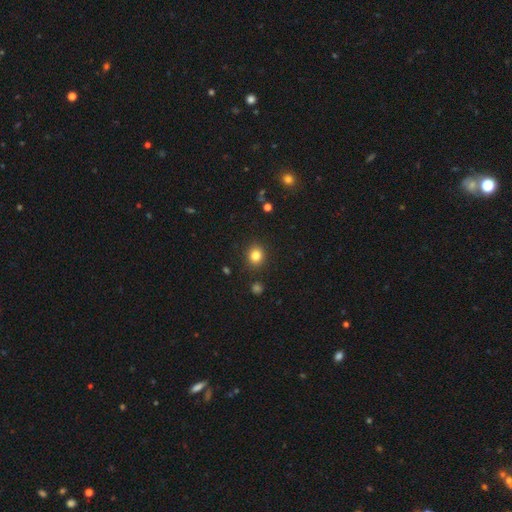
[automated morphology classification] Q: Smooth or featured?
A: smooth (83%); runner-up: star or artifact (12%)
Q: How rounded?
A: round (75%); runner-up: in between (24%)
Q: Merging?
A: none (89%); runner-up: minor disturbance (7%)